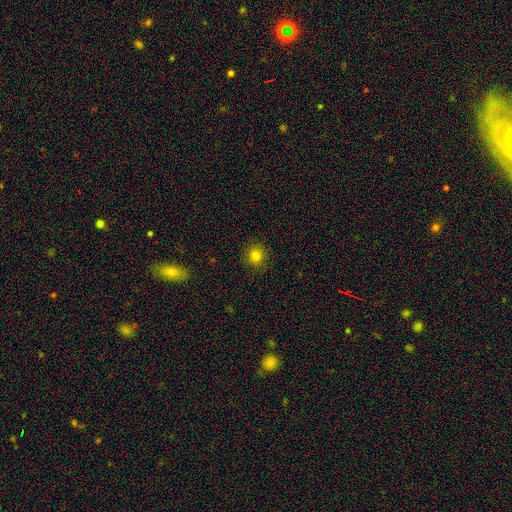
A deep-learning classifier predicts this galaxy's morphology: A smooth galaxy with no disk features (80%) that is round (92%). Merging: none (91%).